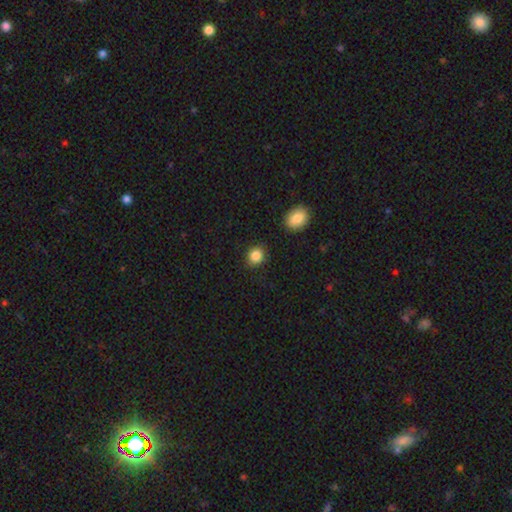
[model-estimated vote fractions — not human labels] Overall: smooth (86%). How rounded: round (70%). Merging: none (87%).